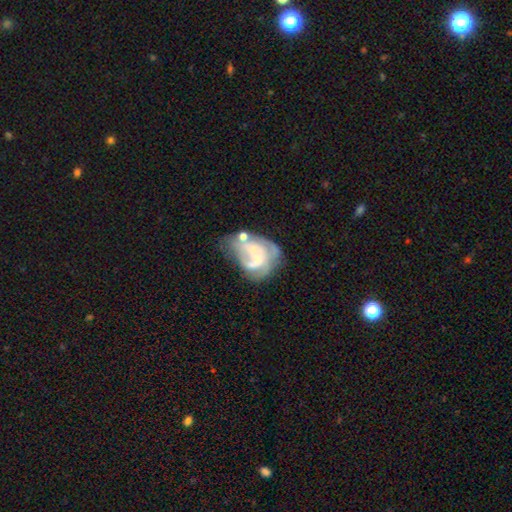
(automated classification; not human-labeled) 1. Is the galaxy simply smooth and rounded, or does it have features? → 67% featured or disk, 24% smooth, 8% star or artifact.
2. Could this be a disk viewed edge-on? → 98% no, 2% yes.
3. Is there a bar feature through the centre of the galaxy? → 75% no, 20% weak, 5% strong.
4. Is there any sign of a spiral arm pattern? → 57% yes, 43% no.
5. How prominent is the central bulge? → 54% small, 27% moderate, 15% none, 3% large, 2% dominant.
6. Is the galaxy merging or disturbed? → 30% none, 27% major disturbance, 22% merger, 21% minor disturbance.